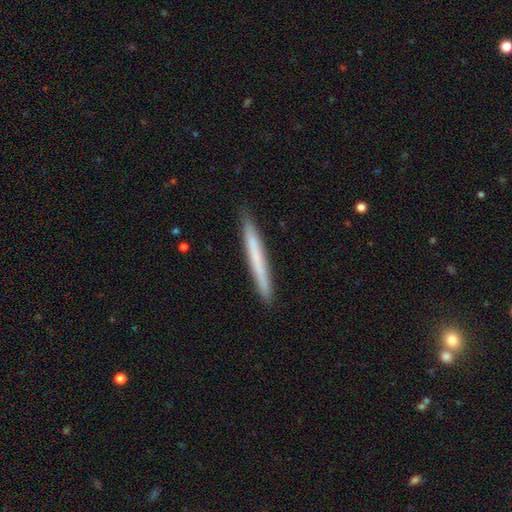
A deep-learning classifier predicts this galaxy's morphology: Q: Smooth or featured?
A: smooth (62%); runner-up: featured or disk (33%)
Q: How rounded?
A: cigar-shaped (97%); runner-up: in between (2%)
Q: Merging?
A: none (91%); runner-up: minor disturbance (7%)